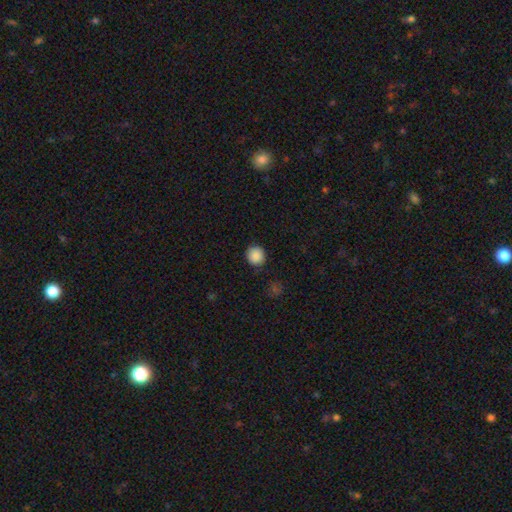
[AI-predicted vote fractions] A smooth galaxy with no disk features (88%) that is round (89%).

Vote fractions:
- Smooth or featured? smooth: 88% / star or artifact: 9% / featured or disk: 3%
- How rounded? round: 89% / in between: 10% / cigar-shaped: 1%
- Merging? none: 88% / minor disturbance: 8% / major disturbance: 2% / merger: 1%